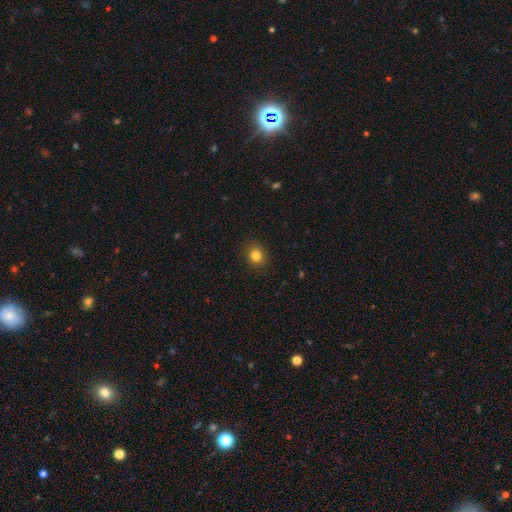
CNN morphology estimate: This appears to be a smooth galaxy with no disk features (82%) that is round (69%). Merging: none (90%).